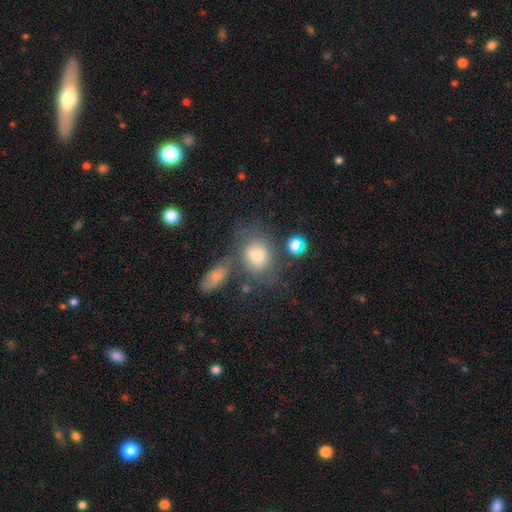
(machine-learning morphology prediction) Smooth or featured?
  - smooth: 72% *
  - featured or disk: 17%
  - star or artifact: 11%
How rounded?
  - in between: 53% *
  - round: 45%
  - cigar-shaped: 2%
Merging?
  - none: 50% *
  - merger: 22%
  - minor disturbance: 18%
  - major disturbance: 10%